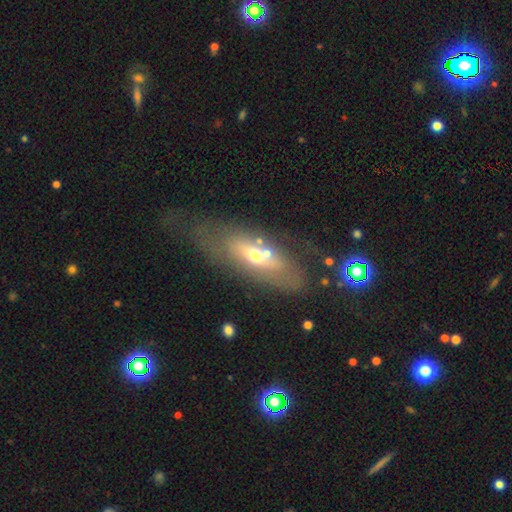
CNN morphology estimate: This appears to be a featured or disk galaxy (46%). Merging: none (53%).